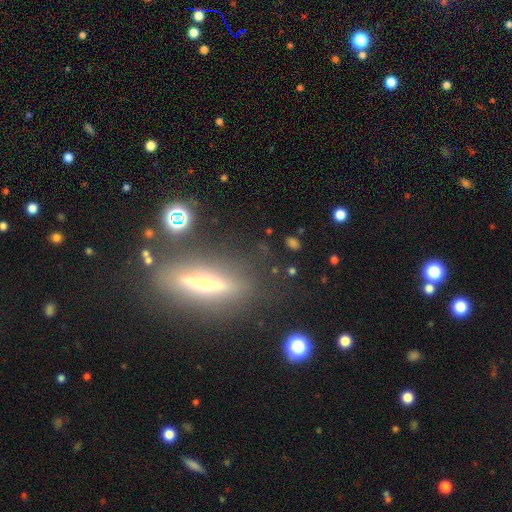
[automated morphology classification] Q: Smooth or featured?
A: featured or disk (56%); runner-up: smooth (30%)
Q: Edge-on disk?
A: yes (78%); runner-up: no (22%)
Q: Merging?
A: none (78%); runner-up: minor disturbance (12%)